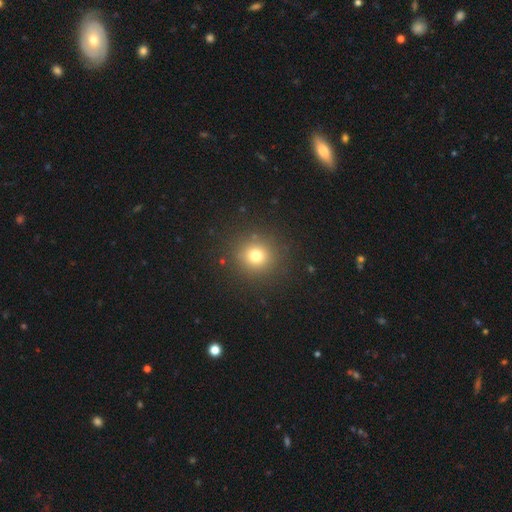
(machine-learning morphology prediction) The model was most divided on "smooth or featured": smooth: 75%, star or artifact: 16%, featured or disk: 9%. More confident: how rounded — round (91%); merging — none (89%).